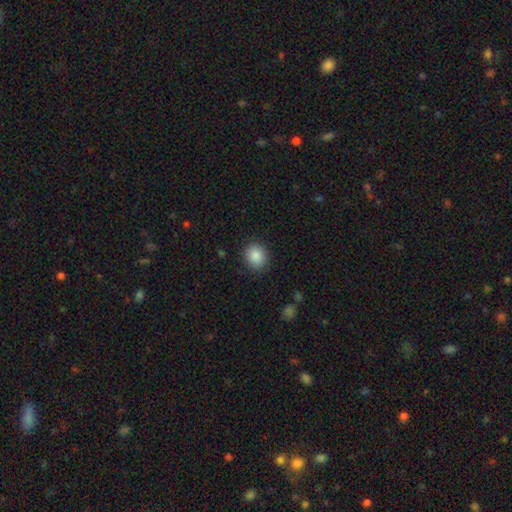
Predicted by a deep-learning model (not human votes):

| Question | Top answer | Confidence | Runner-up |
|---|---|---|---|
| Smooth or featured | smooth | 87% | star or artifact (9%) |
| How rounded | round | 76% | in between (23%) |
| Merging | none | 88% | minor disturbance (8%) |